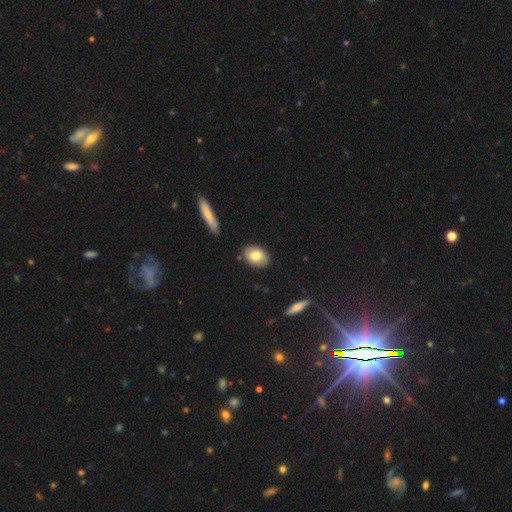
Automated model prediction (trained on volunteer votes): Q: Smooth or featured?
A: smooth (76%); runner-up: featured or disk (17%)
Q: How rounded?
A: in between (80%); runner-up: round (18%)
Q: Merging?
A: none (86%); runner-up: minor disturbance (10%)